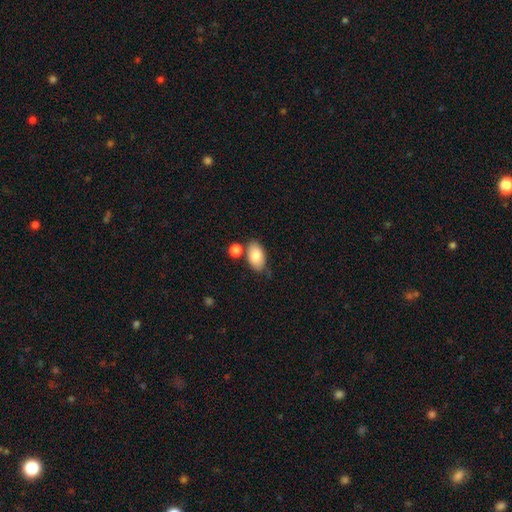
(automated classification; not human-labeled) The model was most divided on "merging": none: 68%, minor disturbance: 15%, merger: 12%, major disturbance: 4%. More confident: how rounded — in between (92%); smooth or featured — smooth (83%).